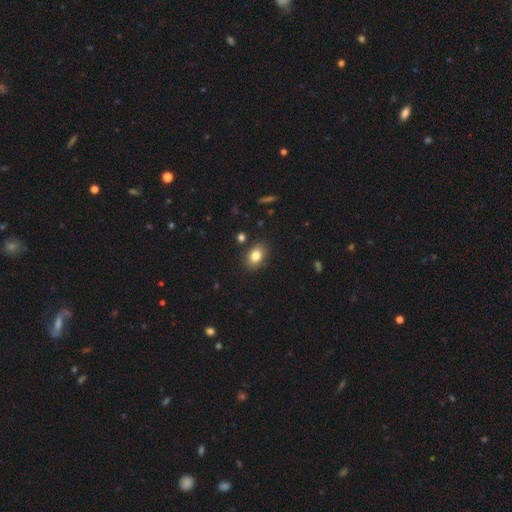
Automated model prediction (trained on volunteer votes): Morphology: type=smooth (82%); roundness=in between (76%); merging=none (86%).